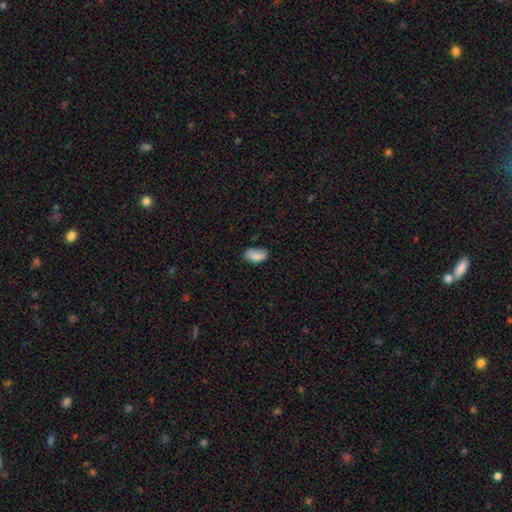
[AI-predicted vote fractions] smooth 83%, featured or disk 9%, star or artifact 8%. Down the decision tree: how rounded — in between (93%); merging — none (67%).